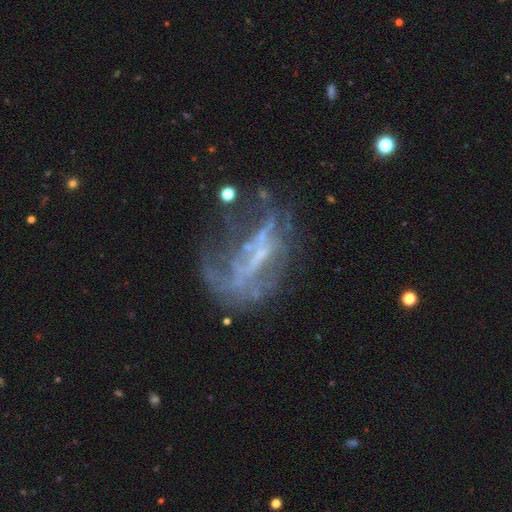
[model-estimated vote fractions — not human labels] This is likely a featured or disk galaxy (68%). It is clearly not viewed edge-on (92%). Bar: possibly no (46%). Spiral arm pattern: likely no (65%). Central bulge: possibly none (53%). Merging: marginally major disturbance (41%).